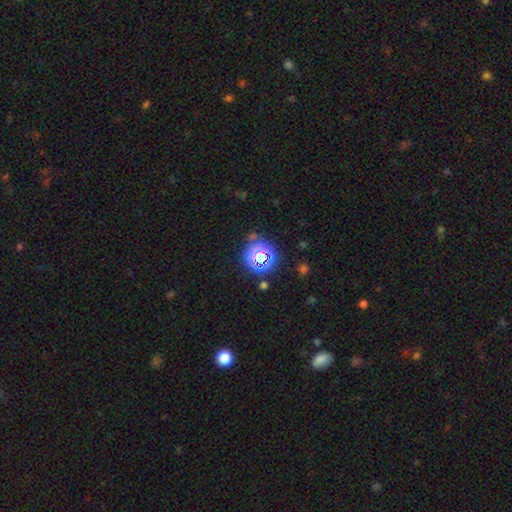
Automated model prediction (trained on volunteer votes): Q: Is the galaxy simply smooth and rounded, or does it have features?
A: star or artifact — 66%.